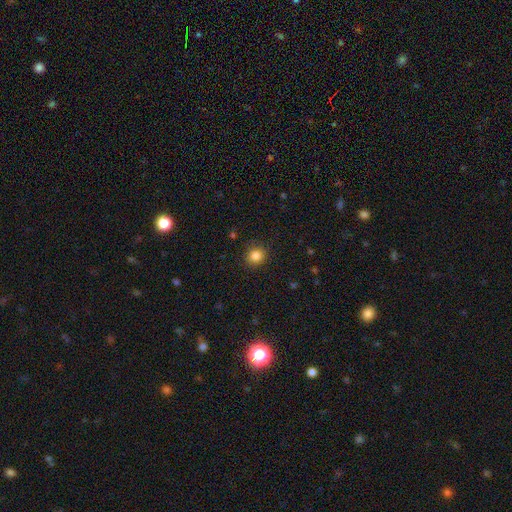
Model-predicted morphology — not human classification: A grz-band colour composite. It shows a smooth galaxy with no disk features (85%) that is round (81%). Merging: none (89%).